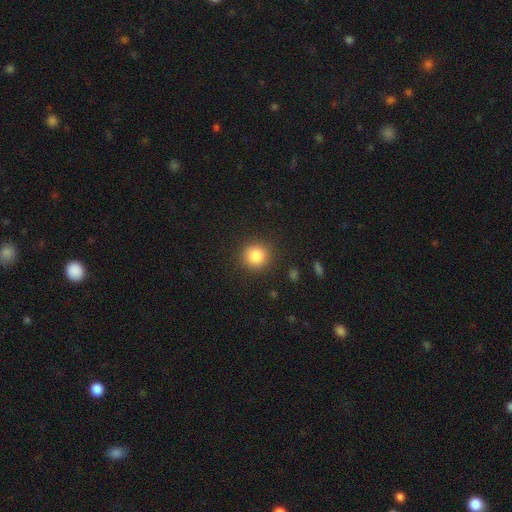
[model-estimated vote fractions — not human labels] smooth-or-featured: smooth: 84% | star or artifact: 10% | featured or disk: 6%
  how-rounded: round: 93% | in between: 6% | cigar-shaped: 1%
  merging: none: 90% | minor disturbance: 7% | major disturbance: 2% | merger: 1%